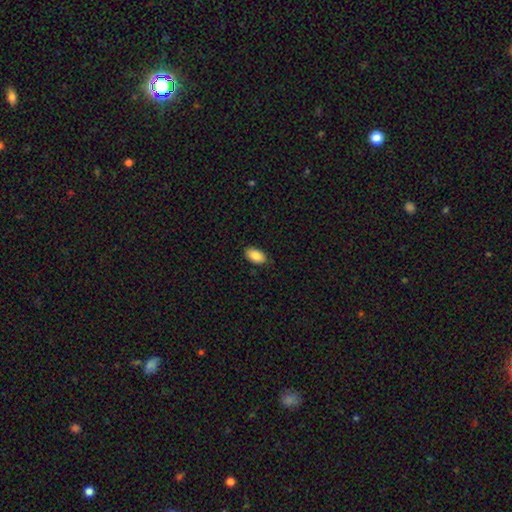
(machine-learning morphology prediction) smooth 85%, featured or disk 8%, star or artifact 7%. Down the decision tree: how rounded — in between (94%); merging — none (87%).